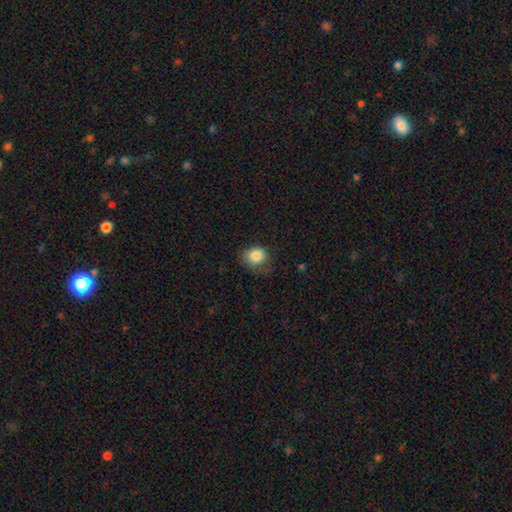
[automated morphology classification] smooth 85%, star or artifact 9%, featured or disk 6%. Down the decision tree: how rounded — round (70%); merging — none (57%).